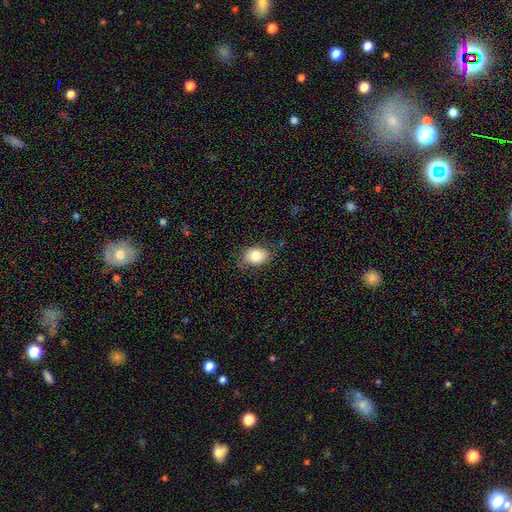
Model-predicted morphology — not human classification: Smooth or featured: smooth — 81% (featured or disk — 10%)
How rounded: in between — 73% (round — 26%)
Merging: none — 76% (minor disturbance — 18%)